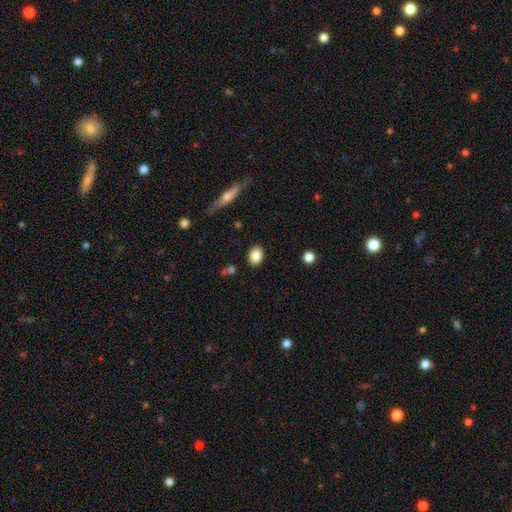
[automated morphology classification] type=smooth (86%); roundness=in between (68%); merging=none (88%).